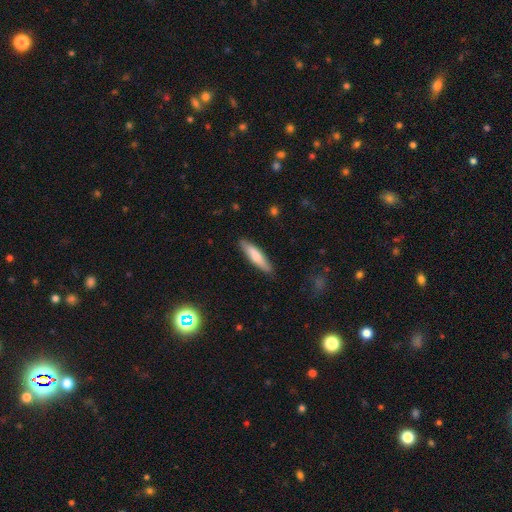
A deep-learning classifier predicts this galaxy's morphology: A smooth galaxy with no disk features (70%) that is cigar-shaped (82%).

Vote fractions:
- Smooth or featured? smooth: 70% / featured or disk: 24% / star or artifact: 5%
- How rounded? cigar-shaped: 82% / in between: 17% / round: 1%
- Merging? none: 87% / minor disturbance: 10% / major disturbance: 2% / merger: 1%